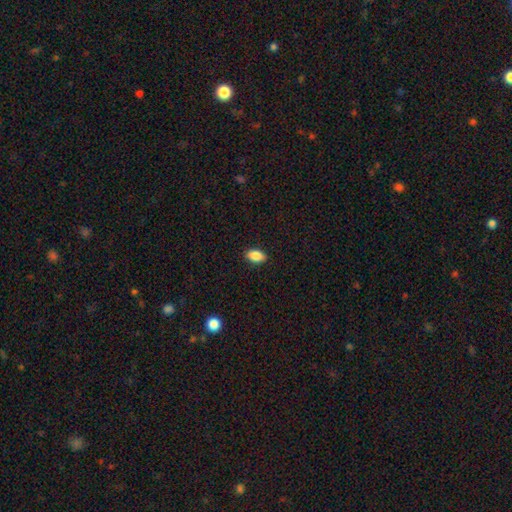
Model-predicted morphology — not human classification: This is clearly a smooth galaxy (87%). How rounded: clearly in between (91%). Merging: clearly none (89%).